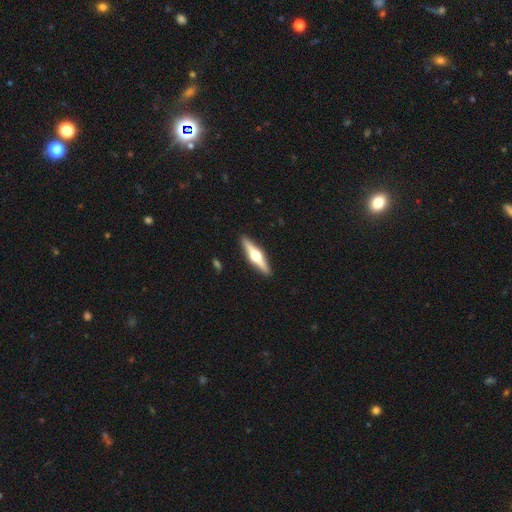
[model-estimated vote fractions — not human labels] Smooth or featured? featured or disk (71%)
Edge-on disk? yes (97%)
Edge-on bulge? rounded (96%)
Merging? none (92%)